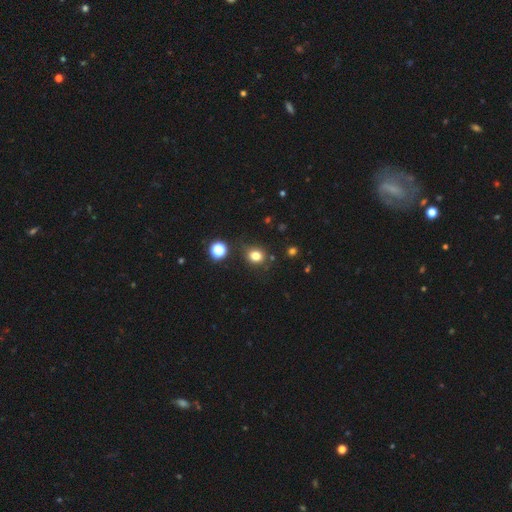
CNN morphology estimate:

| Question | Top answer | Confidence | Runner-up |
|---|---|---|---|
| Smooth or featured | smooth | 79% | star or artifact (15%) |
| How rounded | round | 65% | in between (34%) |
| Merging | none | 79% | minor disturbance (13%) |